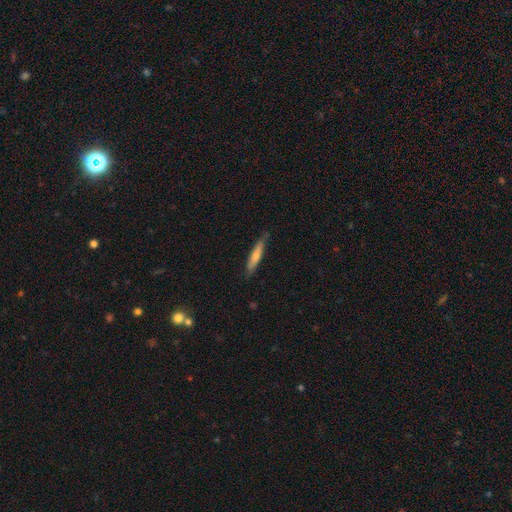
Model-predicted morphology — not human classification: smooth-or-featured: smooth: 65% | featured or disk: 29% | star or artifact: 6%
  how-rounded: cigar-shaped: 88% | in between: 10% | round: 1%
  merging: none: 79% | minor disturbance: 17% | major disturbance: 3% | merger: 1%